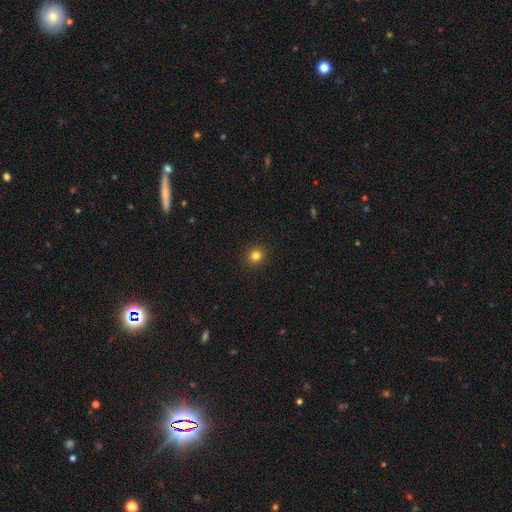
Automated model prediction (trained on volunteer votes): smooth_or_featured: smooth (p=0.82) [alt: star or artifact p=0.13]
how_rounded: round (p=0.90) [alt: in between p=0.09]
merging: none (p=0.92) [alt: minor disturbance p=0.05]